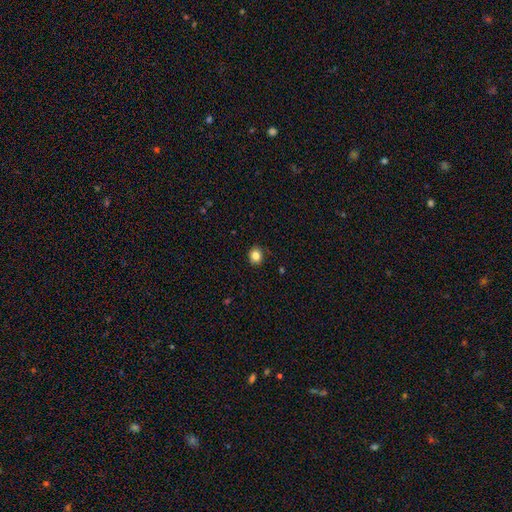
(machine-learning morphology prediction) Smooth or featured: smooth — 83% (star or artifact — 11%)
How rounded: round — 73% (in between — 26%)
Merging: none — 88% (minor disturbance — 9%)